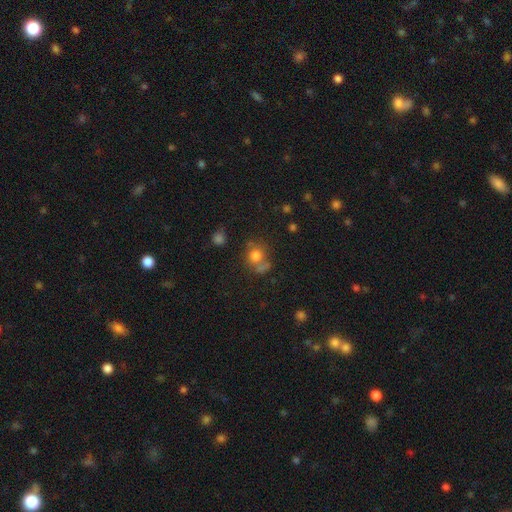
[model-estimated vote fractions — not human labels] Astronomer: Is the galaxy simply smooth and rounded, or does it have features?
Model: smooth — 74%.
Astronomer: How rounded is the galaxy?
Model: round — 79%.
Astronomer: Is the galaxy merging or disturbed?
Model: none — 55%.